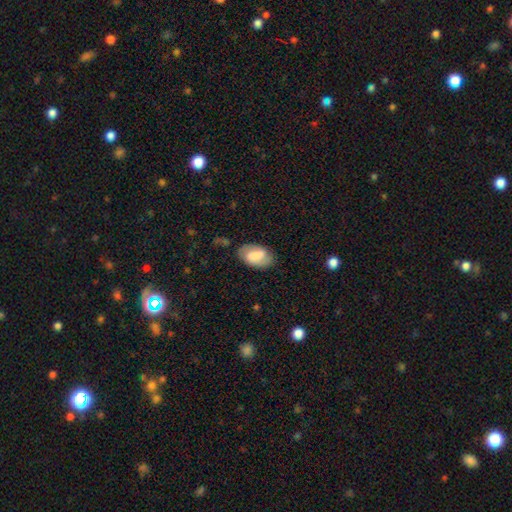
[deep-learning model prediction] smooth_or_featured: smooth (p=0.60) [alt: featured or disk p=0.32]
how_rounded: in between (p=0.92) [alt: round p=0.06]
merging: none (p=0.76) [alt: minor disturbance p=0.17]